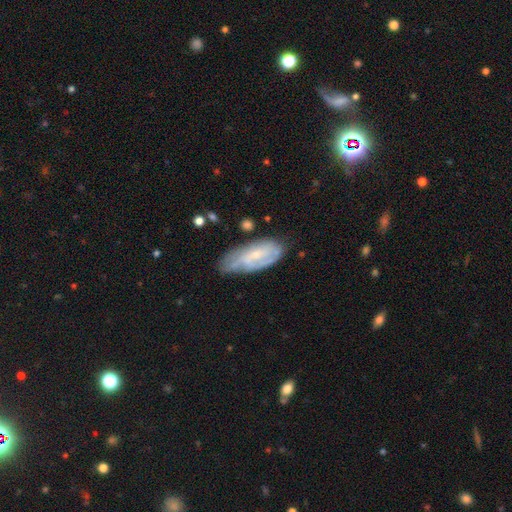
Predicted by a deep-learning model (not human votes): A featured or disk galaxy (62%) with no bar (53%), spiral arms (75%) and a small central bulge (68%).

Vote fractions:
- Smooth or featured? featured or disk: 62% / smooth: 31% / star or artifact: 7%
- Edge-on disk? no: 89% / yes: 11%
- Bar? no: 53% / weak: 37% / strong: 10%
- Spiral arms? yes: 75% / no: 25%
- Bulge size? small: 68% / moderate: 23% / none: 7% / large: 1% / dominant: 1%
- Merging? none: 56% / minor disturbance: 29% / major disturbance: 11% / merger: 4%